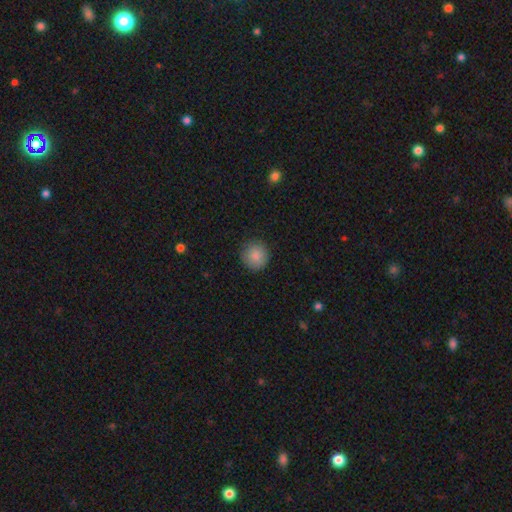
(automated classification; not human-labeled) A smooth galaxy with no disk features (88%) that is round (94%).

Vote fractions:
- Smooth or featured? smooth: 88% / star or artifact: 8% / featured or disk: 4%
- How rounded? round: 94% / in between: 5% / cigar-shaped: 1%
- Merging? none: 90% / minor disturbance: 7% / major disturbance: 2% / merger: 1%